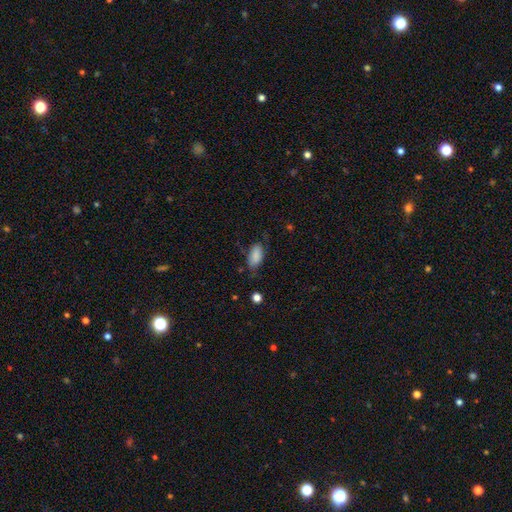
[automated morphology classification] A smooth galaxy with no disk features (85%) that is in between round and cigar-shaped (92%).

Vote fractions:
- Smooth or featured? smooth: 85% / featured or disk: 8% / star or artifact: 7%
- How rounded? in between: 92% / cigar-shaped: 5% / round: 3%
- Merging? none: 65% / minor disturbance: 25% / major disturbance: 7% / merger: 2%